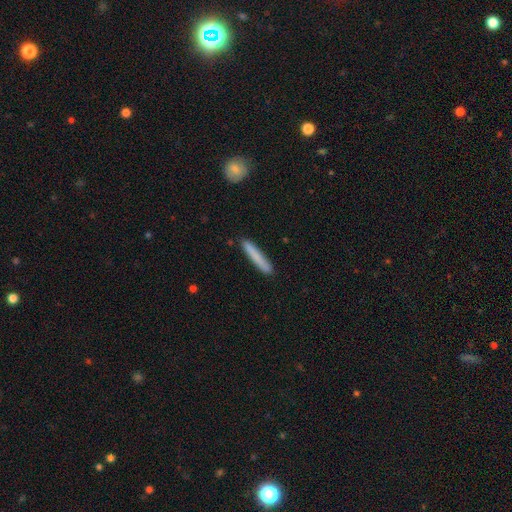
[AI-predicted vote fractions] A smooth galaxy with no disk features (81%) that is cigar-shaped (95%).

Vote fractions:
- Smooth or featured? smooth: 81% / featured or disk: 14% / star or artifact: 6%
- How rounded? cigar-shaped: 95% / in between: 4% / round: 1%
- Merging? none: 90% / minor disturbance: 7% / major disturbance: 1% / merger: 1%